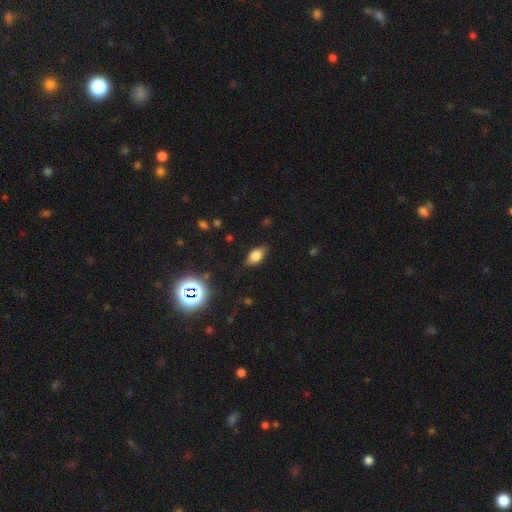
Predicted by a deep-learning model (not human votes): smooth-or-featured: smooth: 71% | featured or disk: 17% | star or artifact: 12%
  how-rounded: in between: 85% | round: 8% | cigar-shaped: 7%
  merging: none: 81% | minor disturbance: 14% | major disturbance: 3% | merger: 1%